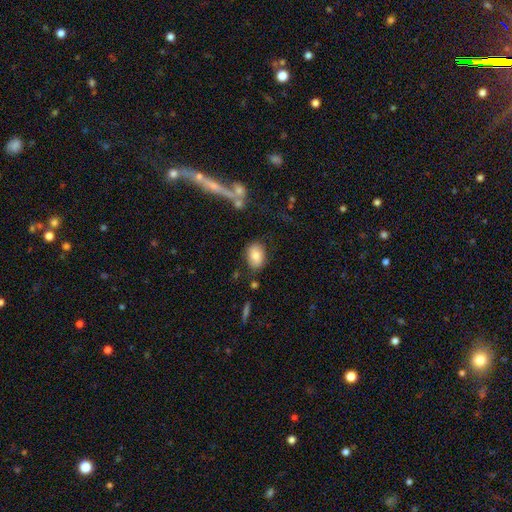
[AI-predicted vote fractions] Smooth or featured?
  - smooth: 79% *
  - featured or disk: 13%
  - star or artifact: 8%
How rounded?
  - in between: 79% *
  - round: 19%
  - cigar-shaped: 1%
Merging?
  - none: 79% *
  - minor disturbance: 14%
  - major disturbance: 4%
  - merger: 4%